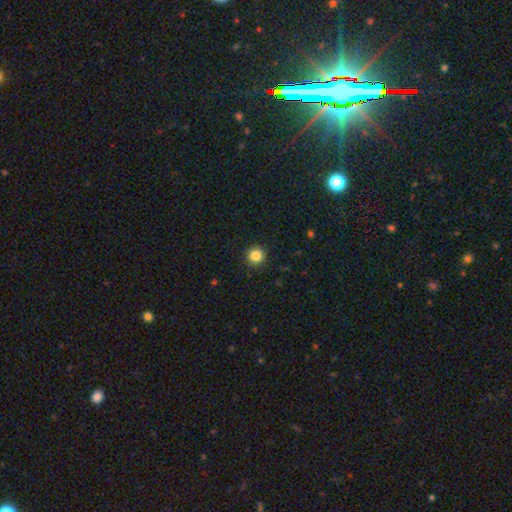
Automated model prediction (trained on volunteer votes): Smooth or featured? smooth (85%)
How rounded? round (95%)
Merging? none (92%)